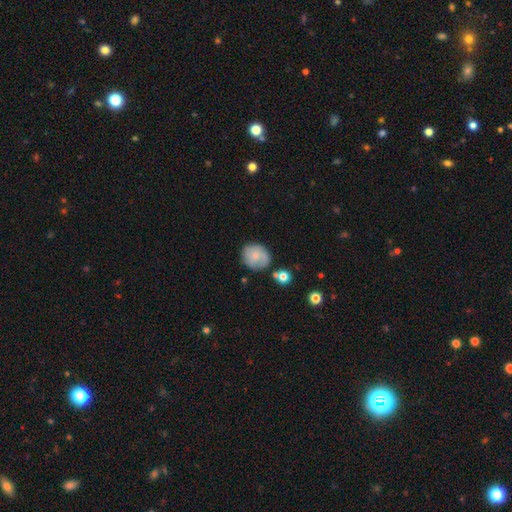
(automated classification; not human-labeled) A smooth galaxy with no disk features (68%) that is round (74%).

Vote fractions:
- Smooth or featured? smooth: 68% / featured or disk: 24% / star or artifact: 8%
- How rounded? round: 74% / in between: 25% / cigar-shaped: 1%
- Merging? none: 67% / minor disturbance: 21% / merger: 6% / major disturbance: 5%